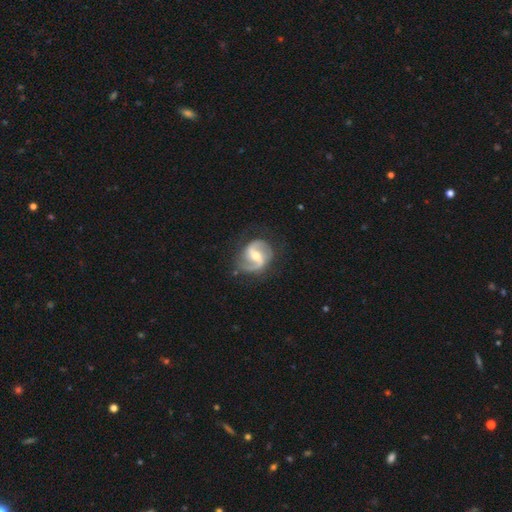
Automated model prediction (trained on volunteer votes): A featured or disk galaxy (90%) with a weak bar (47%), 2 (92%) medium (51%) spiral arms (97%) and a moderate central bulge (59%).

Vote fractions:
- Smooth or featured? featured or disk: 90% / smooth: 6% / star or artifact: 4%
- Edge-on disk? no: 98% / yes: 2%
- Bar? weak: 47% / strong: 32% / no: 21%
- Spiral arms? yes: 97% / no: 3%
- Spiral winding? medium: 51% / loose: 33% / tight: 16%
- Spiral arm count? 2: 92% / 1: 3% / can't tell: 2% / 3: 1% / 4: 1% / more than 4: 1%
- Bulge size? moderate: 59% / small: 35% / large: 3% / none: 2% / dominant: 1%
- Merging? none: 77% / minor disturbance: 15% / major disturbance: 6% / merger: 1%